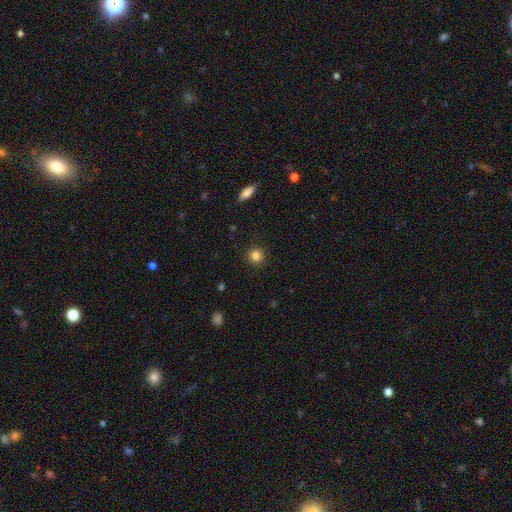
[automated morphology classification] Q: Smooth or featured?
A: smooth (84%); runner-up: star or artifact (11%)
Q: How rounded?
A: round (94%); runner-up: in between (5%)
Q: Merging?
A: none (91%); runner-up: minor disturbance (6%)